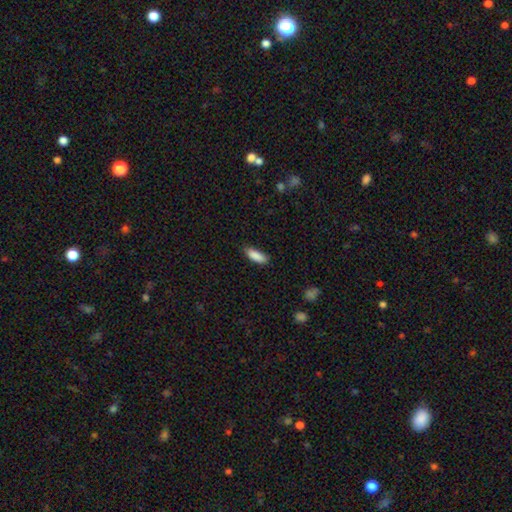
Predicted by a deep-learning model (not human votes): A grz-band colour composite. It shows a smooth galaxy with no disk features (89%) that is in between round and cigar-shaped (65%). Merging: none (80%).